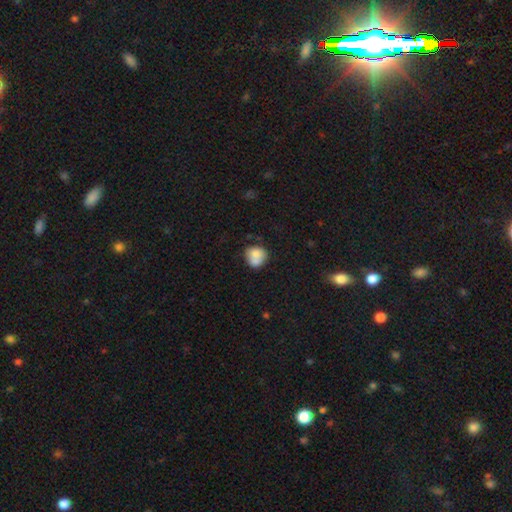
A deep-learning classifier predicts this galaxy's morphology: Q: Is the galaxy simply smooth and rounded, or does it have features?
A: smooth — 76%.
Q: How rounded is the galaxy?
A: round — 76%.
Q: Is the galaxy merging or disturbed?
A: none — 44%.